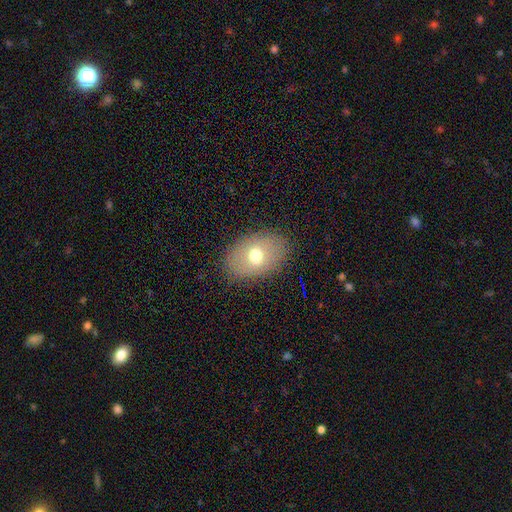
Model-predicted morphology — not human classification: smooth 67%, featured or disk 22%, star or artifact 11%. Down the decision tree: how rounded — in between (80%); merging — none (85%).